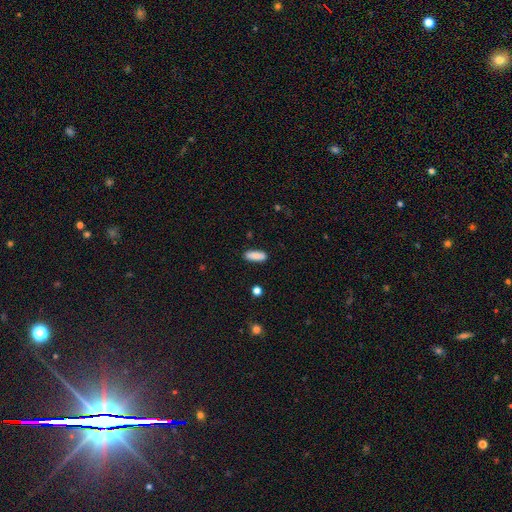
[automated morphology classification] smooth-or-featured: smooth: 88% | star or artifact: 7% | featured or disk: 5%
  how-rounded: in between: 64% | cigar-shaped: 34% | round: 2%
  merging: none: 87% | minor disturbance: 9% | major disturbance: 2% | merger: 2%